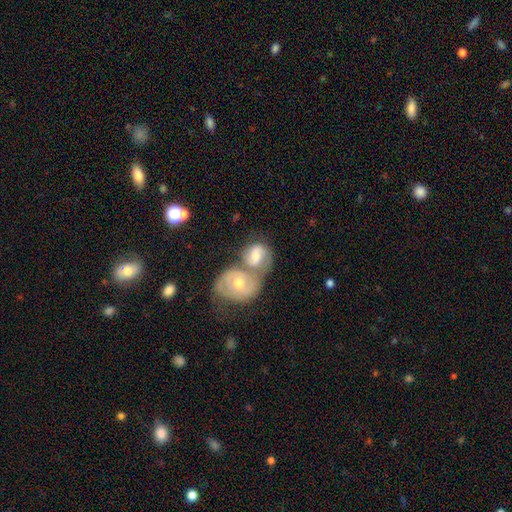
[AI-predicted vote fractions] This appears to be a featured or disk galaxy (61%) with no bar (47%), 2 (73%) tight (45%) spiral arms (85%) and a moderate central bulge (68%). Merging: merger (70%).